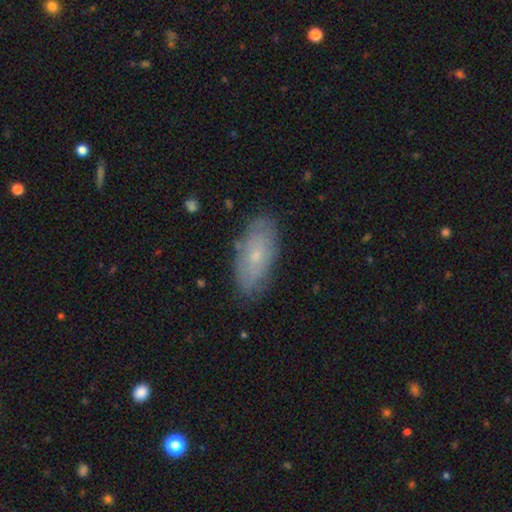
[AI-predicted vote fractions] smooth-or-featured: smooth: 54% | featured or disk: 39% | star or artifact: 7%
  how-rounded: in between: 87% | cigar-shaped: 10% | round: 3%
  merging: none: 81% | minor disturbance: 14% | major disturbance: 3% | merger: 1%